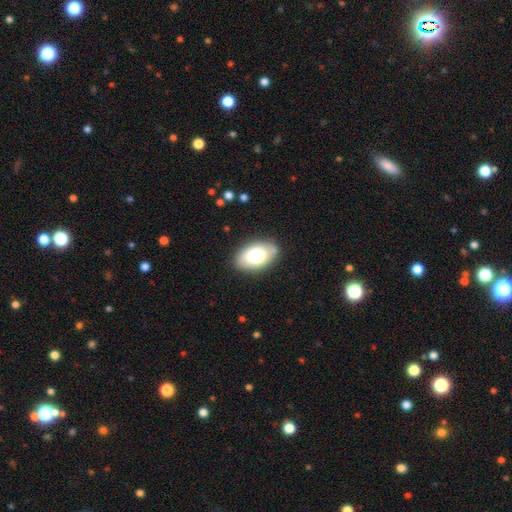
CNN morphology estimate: Smooth or featured? smooth (75%)
How rounded? in between (91%)
Merging? none (82%)